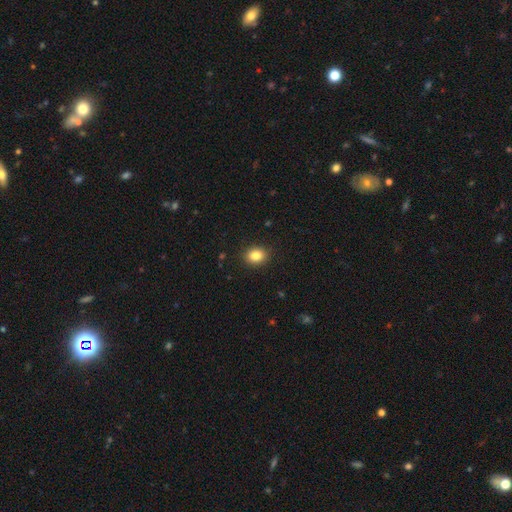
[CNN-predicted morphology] Smooth or featured: smooth — 85% (star or artifact — 10%)
How rounded: round — 53% (in between — 46%)
Merging: none — 90% (minor disturbance — 7%)